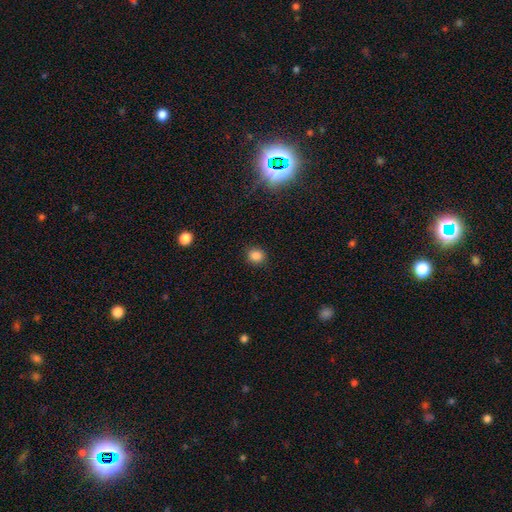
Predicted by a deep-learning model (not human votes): smooth-or-featured: smooth: 84% | star or artifact: 12% | featured or disk: 4%
  how-rounded: round: 78% | in between: 21% | cigar-shaped: 1%
  merging: none: 87% | minor disturbance: 9% | major disturbance: 3% | merger: 1%